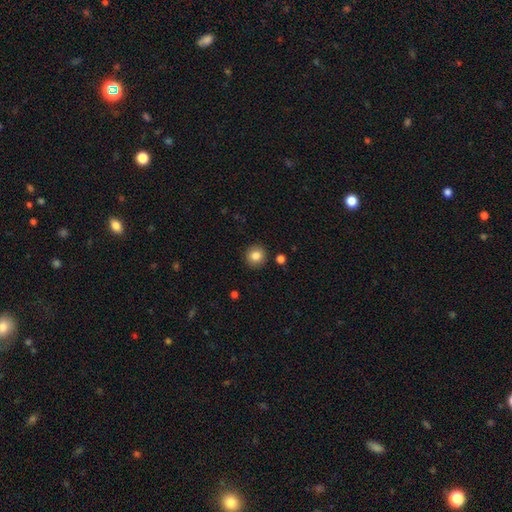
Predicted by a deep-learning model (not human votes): smooth 84%, star or artifact 10%, featured or disk 6%. Down the decision tree: how rounded — round (94%); merging — none (91%).